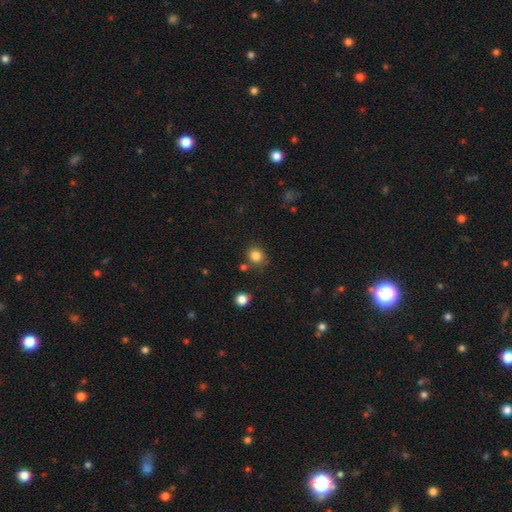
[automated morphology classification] Smooth or featured: smooth — 84% (star or artifact — 12%)
How rounded: round — 83% (in between — 16%)
Merging: none — 78% (minor disturbance — 11%)